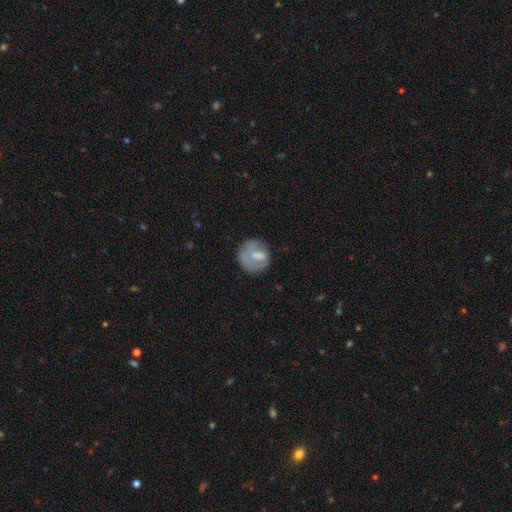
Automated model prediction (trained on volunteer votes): A smooth galaxy with no disk features (59%) that is round (83%). Merging: none (60%).